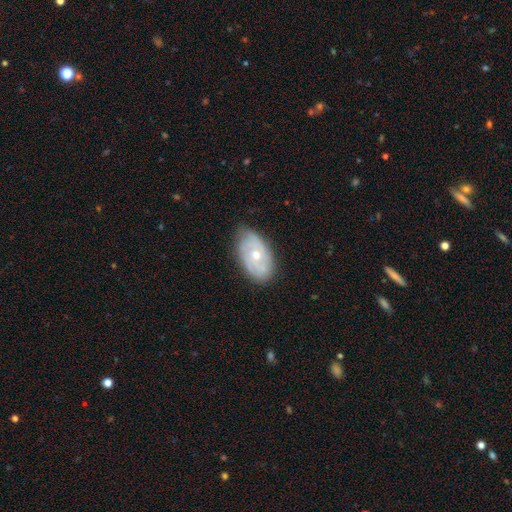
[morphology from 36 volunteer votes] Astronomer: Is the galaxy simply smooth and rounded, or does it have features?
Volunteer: featured or disk — 78%.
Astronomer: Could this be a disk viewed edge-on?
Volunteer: no — 96%.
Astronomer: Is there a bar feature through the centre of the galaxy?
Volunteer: no — 89%.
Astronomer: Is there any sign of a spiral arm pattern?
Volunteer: yes — 63%.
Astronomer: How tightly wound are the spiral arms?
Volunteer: tight — 82%.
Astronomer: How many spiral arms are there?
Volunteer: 4 — 29%, tied with can't tell at 29%.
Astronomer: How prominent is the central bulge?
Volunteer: moderate — 67%.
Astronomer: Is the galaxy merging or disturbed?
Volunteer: none — 59% (runner-up: minor disturbance, 38%).